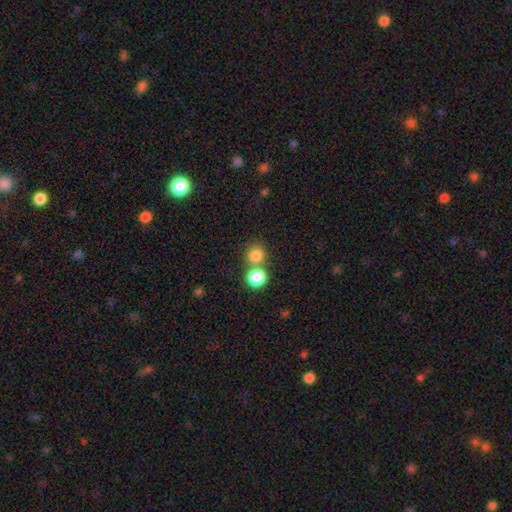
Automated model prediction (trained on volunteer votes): This is clearly a smooth galaxy (81%). How rounded: clearly round (89%). Merging: possibly none (57%).